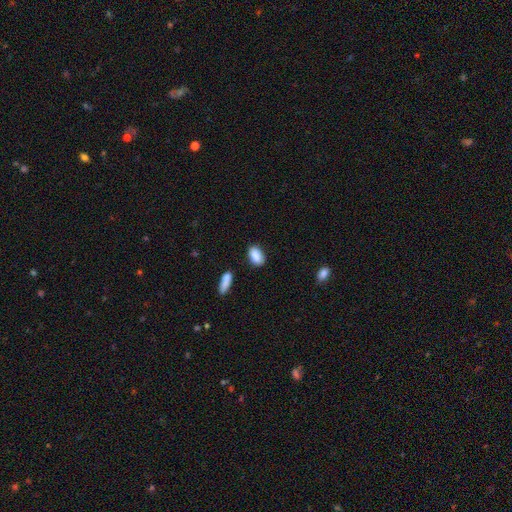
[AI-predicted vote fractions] smooth-or-featured: smooth: 88% | star or artifact: 7% | featured or disk: 5%
  how-rounded: in between: 89% | round: 8% | cigar-shaped: 3%
  merging: none: 81% | minor disturbance: 12% | merger: 4% | major disturbance: 3%